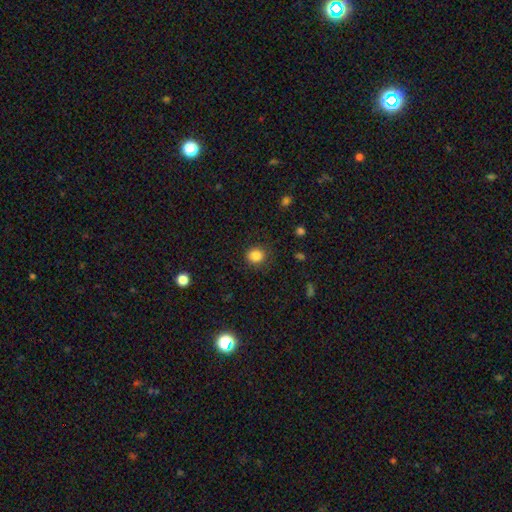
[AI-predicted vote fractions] Morphology: type=smooth (85%); roundness=round (85%); merging=none (86%).